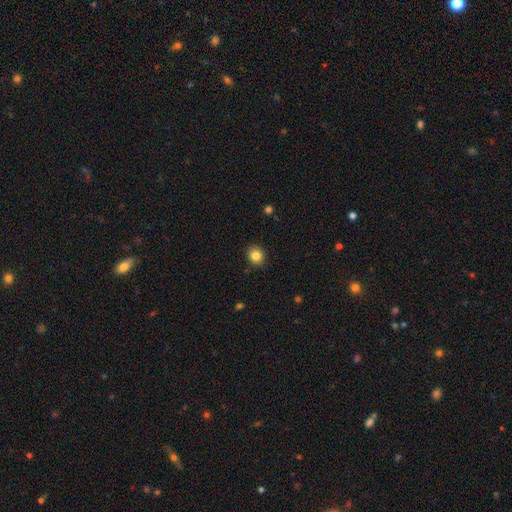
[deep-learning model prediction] This appears to be a smooth galaxy with no disk features (84%) that is round (72%). Merging: none (90%).